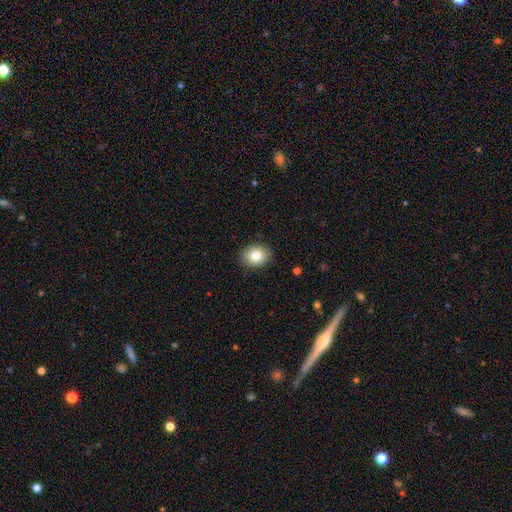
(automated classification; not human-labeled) Smooth or featured?
  - smooth: 81% *
  - featured or disk: 10%
  - star or artifact: 9%
How rounded?
  - round: 52% *
  - in between: 47%
  - cigar-shaped: 1%
Merging?
  - none: 89% *
  - minor disturbance: 8%
  - major disturbance: 2%
  - merger: 1%